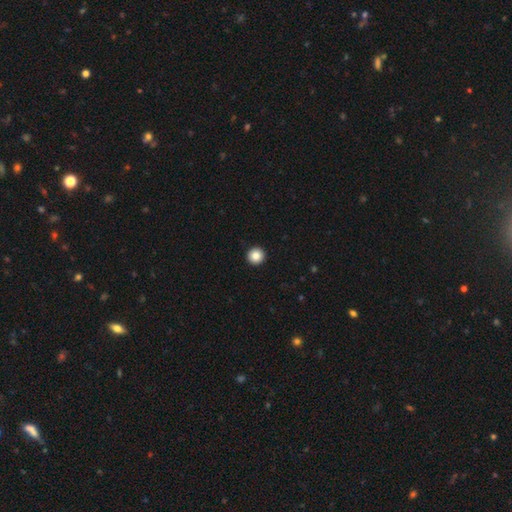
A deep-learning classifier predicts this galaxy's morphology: This appears to be a smooth galaxy with no disk features (86%) that is round (96%). Merging: none (95%).